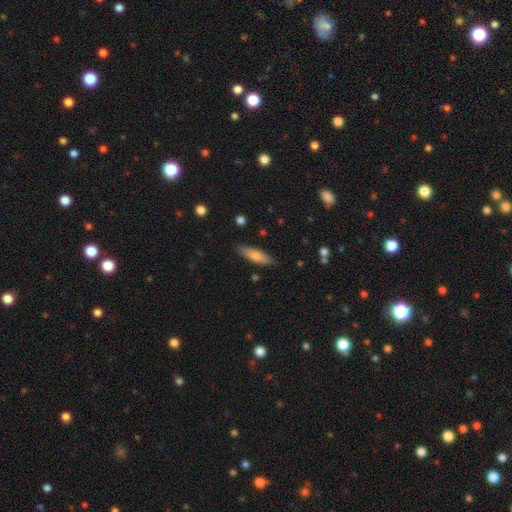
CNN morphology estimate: The model was most divided on "how rounded": cigar-shaped: 61%, in between: 37%, round: 2%. More confident: merging — none (85%); smooth or featured — smooth (71%).